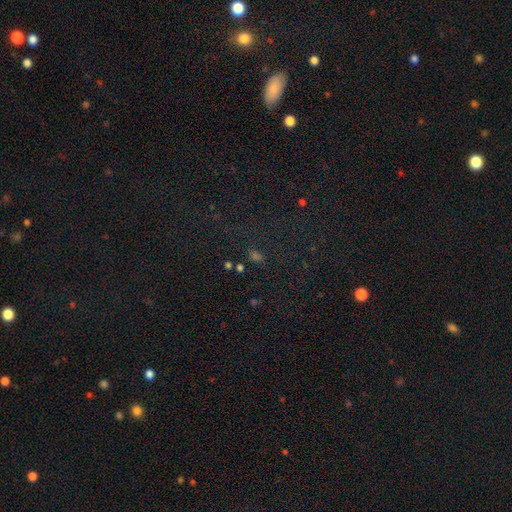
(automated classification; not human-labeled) Overall: star or artifact (50%; smooth 41%).